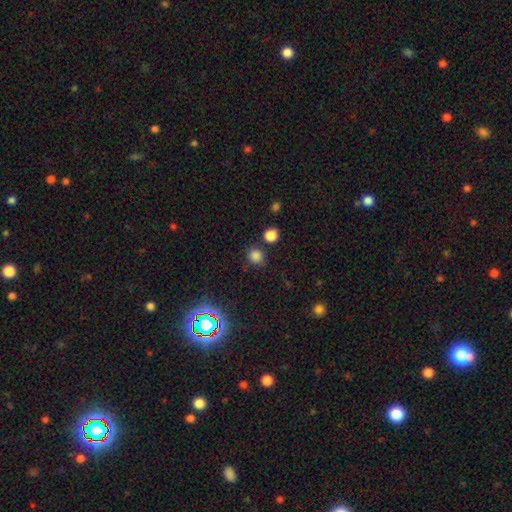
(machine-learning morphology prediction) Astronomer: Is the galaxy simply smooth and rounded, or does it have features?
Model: smooth — 78%.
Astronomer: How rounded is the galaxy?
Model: round — 85%.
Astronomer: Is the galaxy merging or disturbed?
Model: none — 77%.